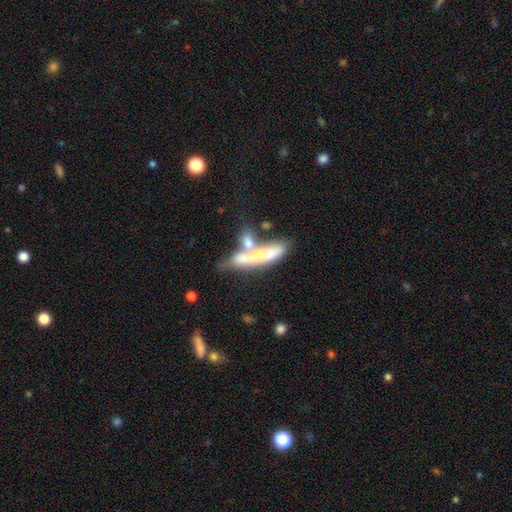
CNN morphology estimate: A smooth galaxy with no disk features (51%) that is cigar-shaped (76%). Merging: merger (49%).